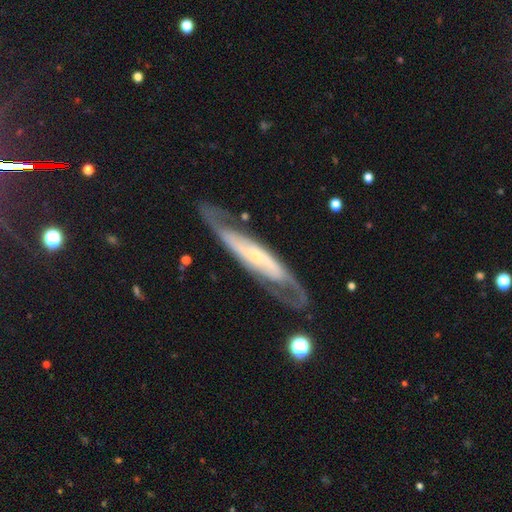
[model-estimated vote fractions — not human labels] This is clearly a featured or disk galaxy (81%). It is likely not viewed edge-on (68%). Bar: possibly no (47%). Spiral arm pattern: clearly yes (88%). Central bulge: likely small (74%). Merging: likely none (73%).